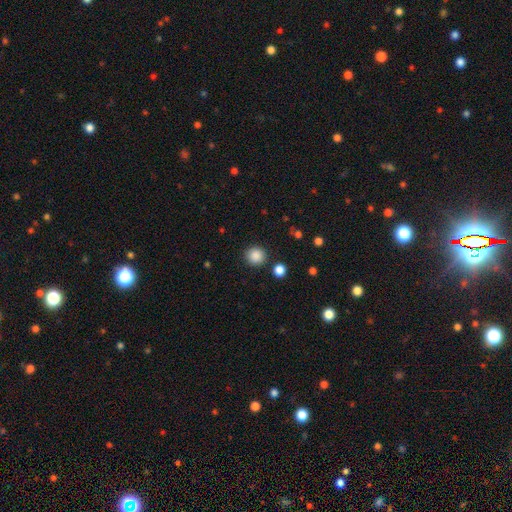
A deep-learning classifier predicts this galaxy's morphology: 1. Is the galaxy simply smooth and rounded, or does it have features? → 87% smooth, 10% star or artifact, 3% featured or disk.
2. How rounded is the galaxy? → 92% round, 7% in between, 1% cigar-shaped.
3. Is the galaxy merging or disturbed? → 89% none, 6% minor disturbance, 3% merger, 2% major disturbance.